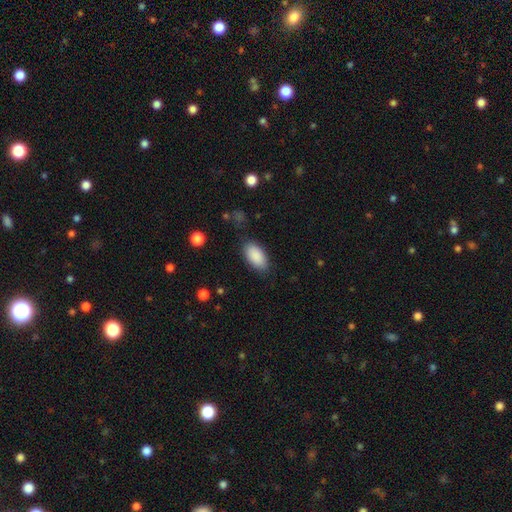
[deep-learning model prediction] The model was most divided on "merging": none: 83%, minor disturbance: 12%, major disturbance: 4%, merger: 1%. More confident: how rounded — in between (94%); smooth or featured — smooth (90%).